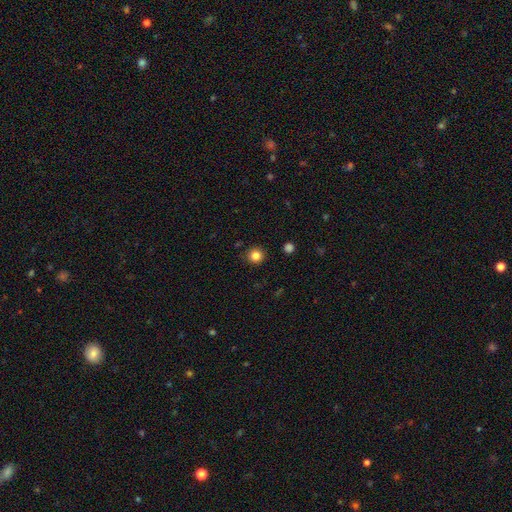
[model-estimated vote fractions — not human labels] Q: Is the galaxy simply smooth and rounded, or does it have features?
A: smooth — 84%.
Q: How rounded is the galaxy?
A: round — 94%.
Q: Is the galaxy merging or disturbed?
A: none — 91%.